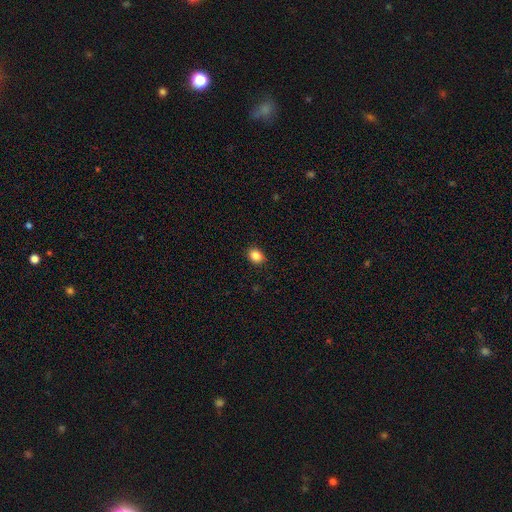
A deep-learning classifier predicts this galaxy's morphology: A smooth galaxy with no disk features (85%) that is round (55%). Merging: none (91%).